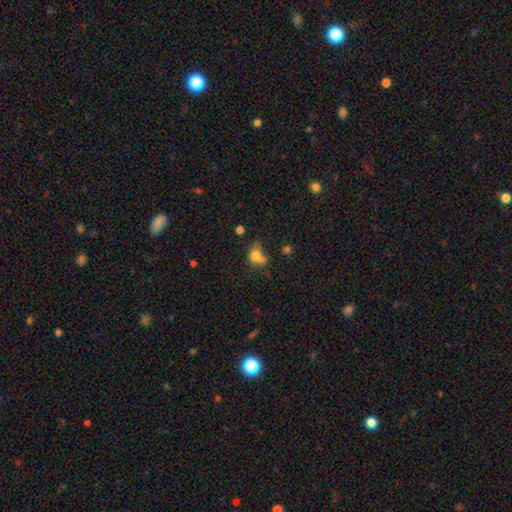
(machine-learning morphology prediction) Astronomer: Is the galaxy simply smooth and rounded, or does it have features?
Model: smooth — 73%.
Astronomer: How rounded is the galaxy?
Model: in between — 54% (runner-up: round, 44%).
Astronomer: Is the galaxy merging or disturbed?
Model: merger — 35% (runner-up: none, 27%).